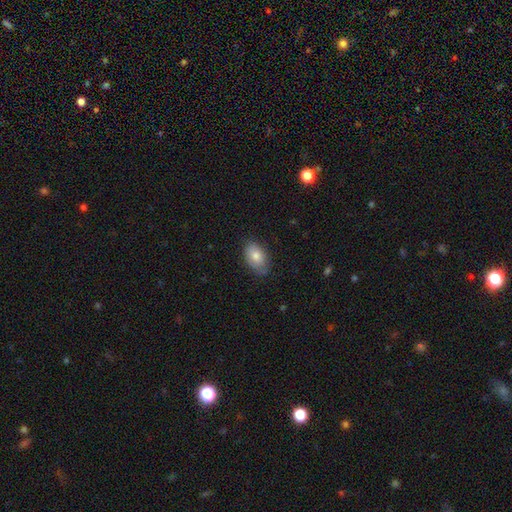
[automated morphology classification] Q: Smooth or featured?
A: smooth (78%); runner-up: featured or disk (15%)
Q: How rounded?
A: in between (90%); runner-up: round (8%)
Q: Merging?
A: none (74%); runner-up: minor disturbance (21%)